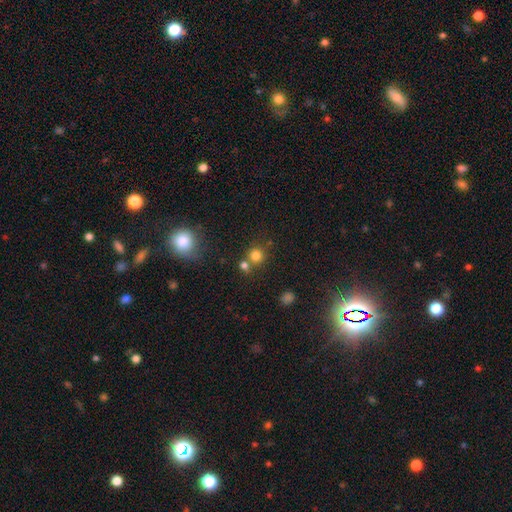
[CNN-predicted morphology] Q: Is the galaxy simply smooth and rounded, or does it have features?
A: smooth — 79%.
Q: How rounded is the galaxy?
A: round — 90%.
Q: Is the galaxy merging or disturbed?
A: none — 62%.